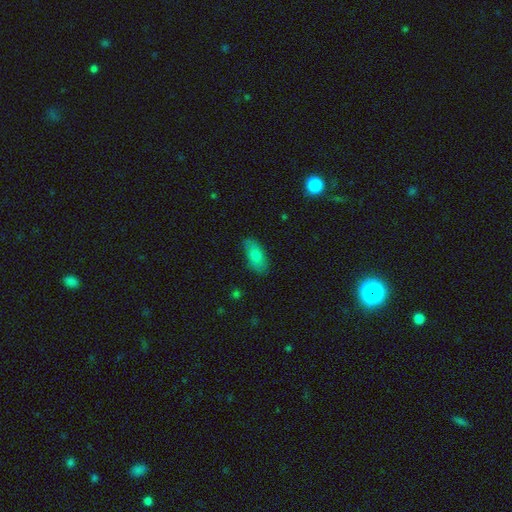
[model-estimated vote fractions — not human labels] This is clearly a smooth galaxy (80%). How rounded: clearly in between (89%). Merging: likely none (76%).